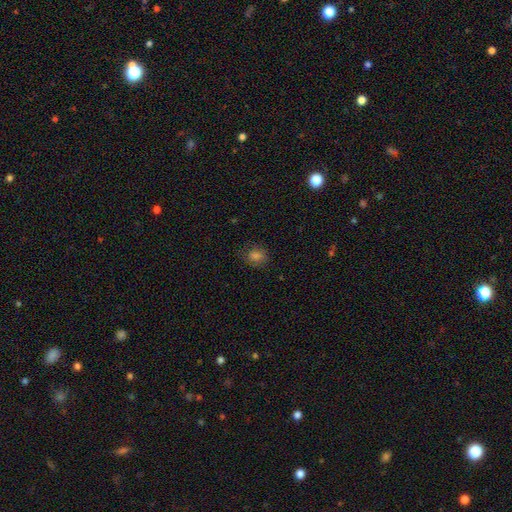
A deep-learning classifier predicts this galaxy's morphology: A smooth galaxy with no disk features (77%) that is round (60%).

Vote fractions:
- Smooth or featured? smooth: 77% / star or artifact: 17% / featured or disk: 6%
- How rounded? round: 60% / in between: 39% / cigar-shaped: 1%
- Merging? none: 79% / minor disturbance: 16% / major disturbance: 4% / merger: 1%